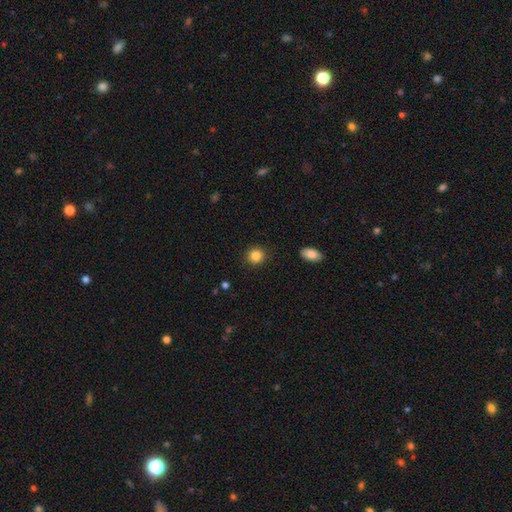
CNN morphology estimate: smooth-or-featured: smooth: 85% | star or artifact: 10% | featured or disk: 5%
  how-rounded: round: 88% | in between: 11% | cigar-shaped: 1%
  merging: none: 90% | minor disturbance: 7% | major disturbance: 2% | merger: 1%